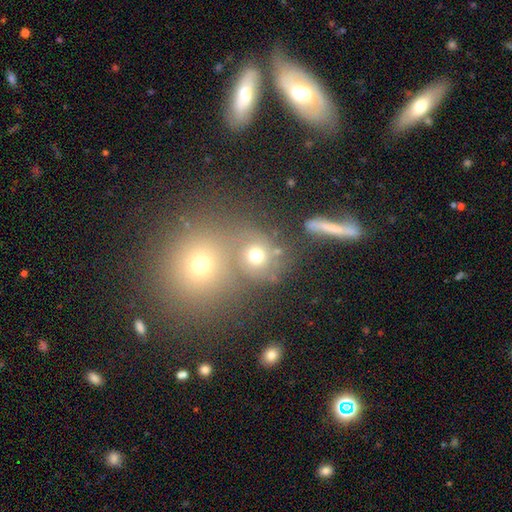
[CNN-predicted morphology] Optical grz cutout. It shows a smooth galaxy with no disk features (68%) that is round (78%). Merging: merger (50%).